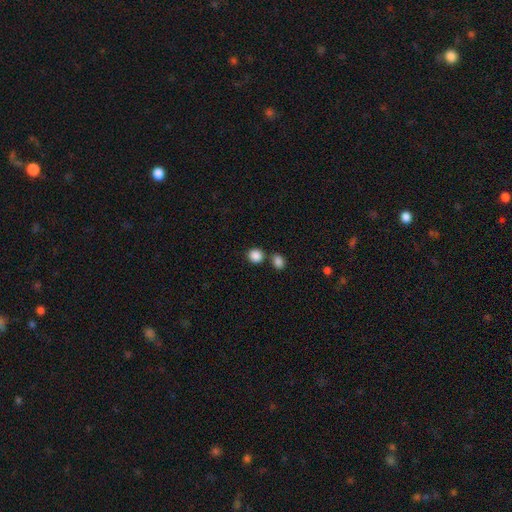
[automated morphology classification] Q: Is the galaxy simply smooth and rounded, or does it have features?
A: smooth — 87%.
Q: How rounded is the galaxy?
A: round — 82%.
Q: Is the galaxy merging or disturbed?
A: none — 71%.